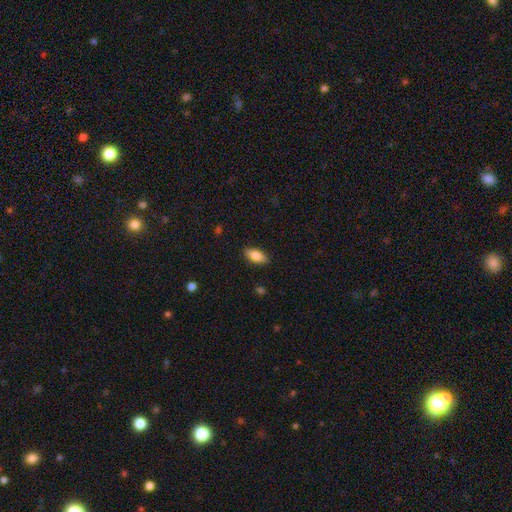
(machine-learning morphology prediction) smooth 81%, featured or disk 12%, star or artifact 7%. Down the decision tree: how rounded — in between (88%); merging — none (88%).